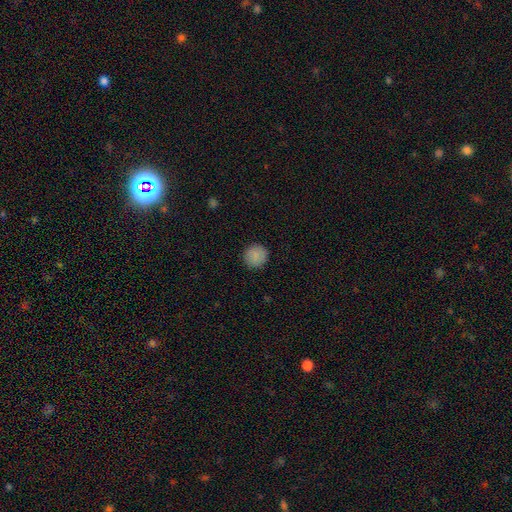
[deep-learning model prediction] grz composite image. It shows a smooth galaxy with no disk features (88%) that is round (93%). Merging: none (90%).